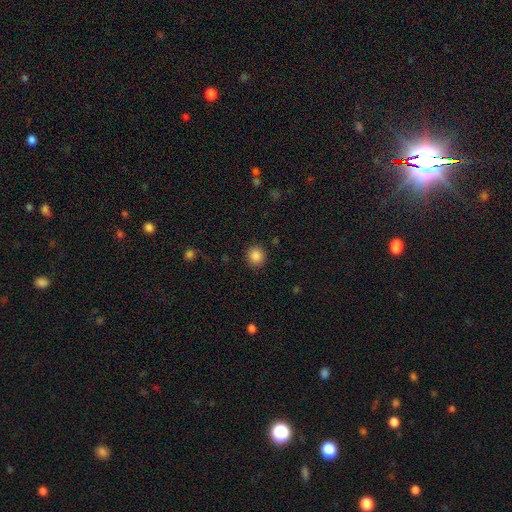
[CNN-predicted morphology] Smooth or featured: smooth — 86% (star or artifact — 10%)
How rounded: round — 90% (in between — 9%)
Merging: none — 91% (minor disturbance — 6%)